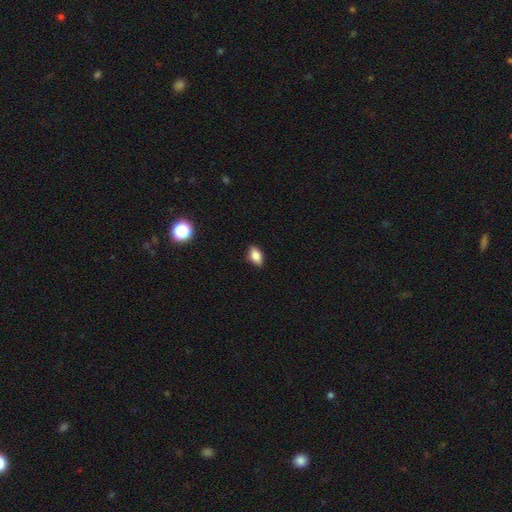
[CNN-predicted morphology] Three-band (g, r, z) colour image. It shows a smooth galaxy with no disk features (81%) that is in between round and cigar-shaped (86%). Merging: none (85%).